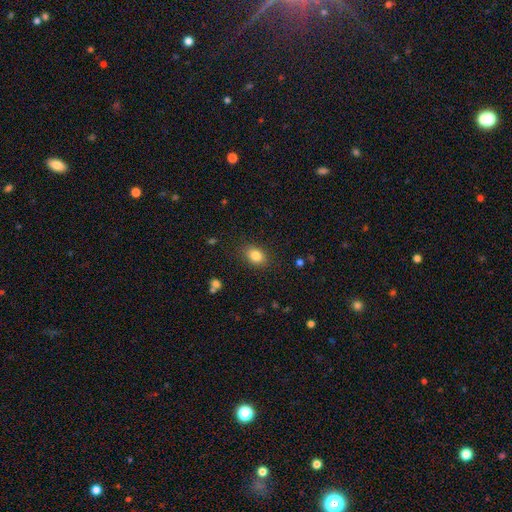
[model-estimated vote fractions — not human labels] Smooth or featured?
  - smooth: 84% *
  - star or artifact: 10%
  - featured or disk: 6%
How rounded?
  - in between: 70% *
  - round: 29%
  - cigar-shaped: 1%
Merging?
  - none: 86% *
  - minor disturbance: 10%
  - major disturbance: 3%
  - merger: 1%